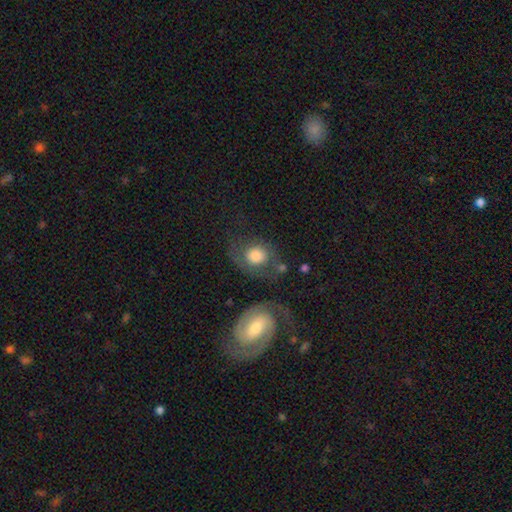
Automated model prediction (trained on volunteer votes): smooth-or-featured: smooth: 49% | featured or disk: 42% | star or artifact: 9%
  merging: none: 47% | major disturbance: 22% | minor disturbance: 21% | merger: 10%